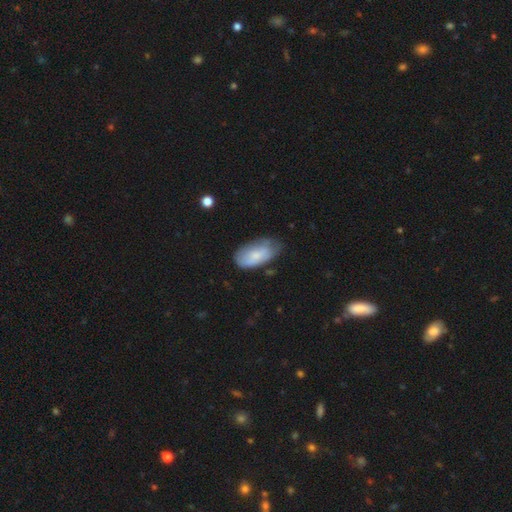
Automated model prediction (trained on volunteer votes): A smooth galaxy with no disk features (72%) that is in between round and cigar-shaped (94%). Merging: none (52%).